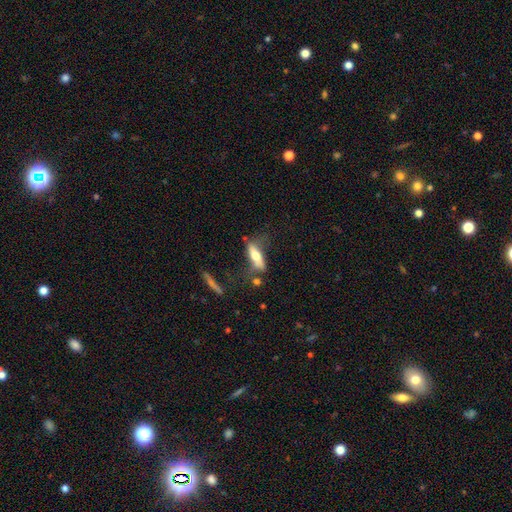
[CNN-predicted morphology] This appears to be a smooth galaxy with no disk features (56%) that is in between round and cigar-shaped (49%, tied with cigar-shaped). Merging: none (47%).